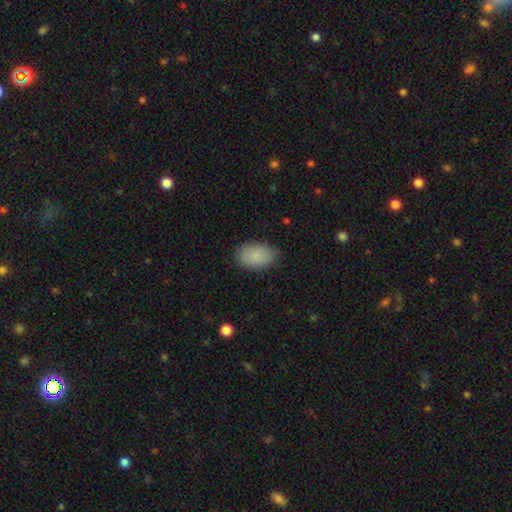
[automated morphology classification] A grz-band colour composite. It shows a smooth galaxy with no disk features (87%) that is in between round and cigar-shaped (89%). Merging: none (80%).